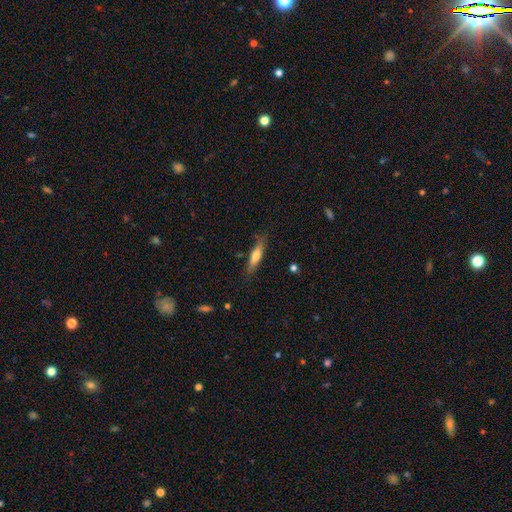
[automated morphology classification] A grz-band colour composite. It shows a smooth galaxy with no disk features (59%) that is cigar-shaped (76%). Merging: none (81%).